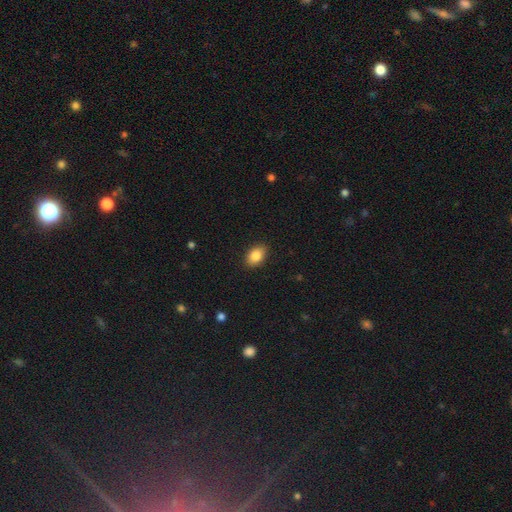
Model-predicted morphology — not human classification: type=smooth (86%); roundness=in between (85%); merging=none (89%).